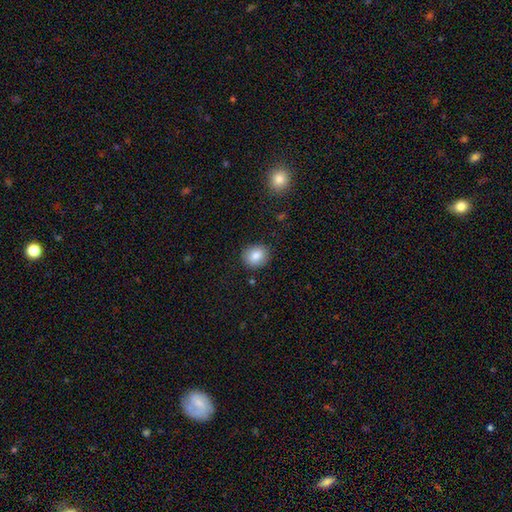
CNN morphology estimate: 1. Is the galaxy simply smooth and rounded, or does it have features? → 83% smooth, 9% star or artifact, 8% featured or disk.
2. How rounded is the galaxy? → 74% round, 26% in between, 1% cigar-shaped.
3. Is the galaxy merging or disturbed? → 87% none, 9% minor disturbance, 2% major disturbance, 1% merger.